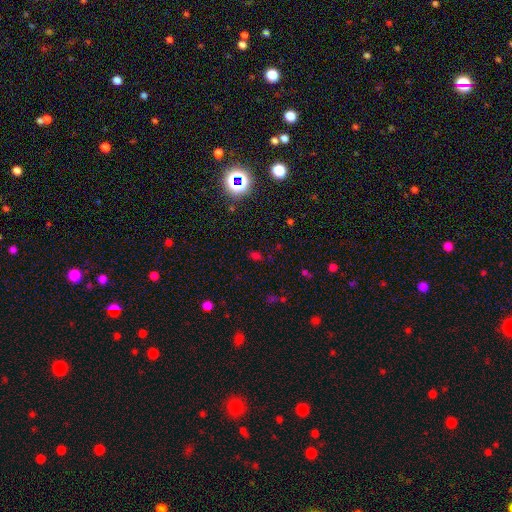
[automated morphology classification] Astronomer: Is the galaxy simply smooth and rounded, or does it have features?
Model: star or artifact — 54% (runner-up: smooth, 39%).